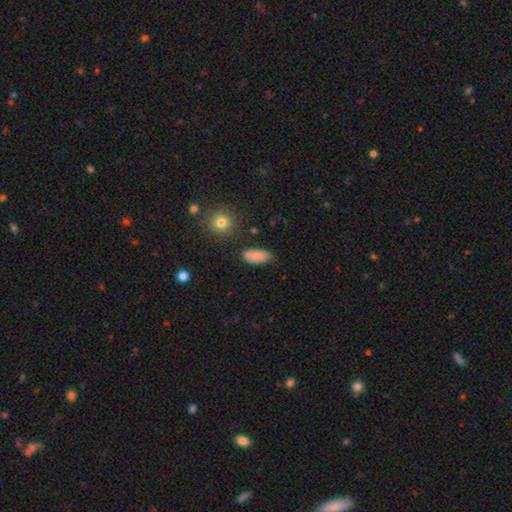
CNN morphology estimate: type=smooth (80%); roundness=in between (90%); merging=none (72%).